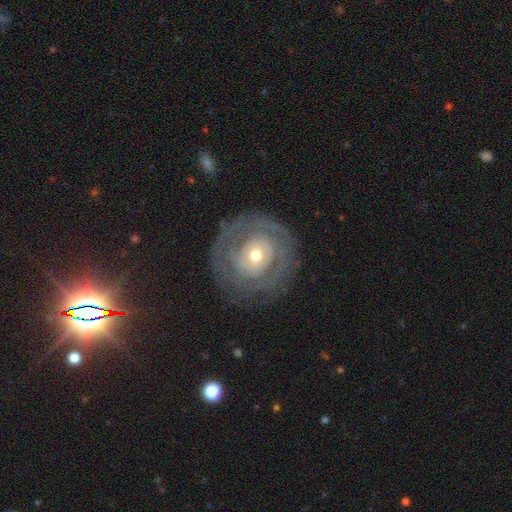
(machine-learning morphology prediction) featured or disk 74%, smooth 20%, star or artifact 6%. Down the decision tree: edge-on disk — no (96%); bar — no (78%); spiral arms — yes (64%); bulge size — moderate (52%); merging — none (77%).